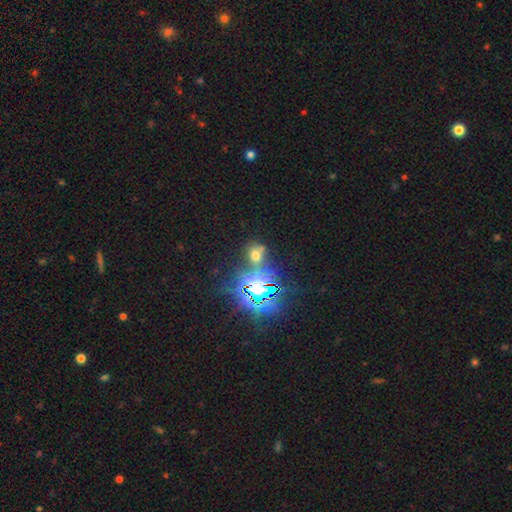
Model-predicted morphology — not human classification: star or artifact 45%, smooth 44%, featured or disk 11%.